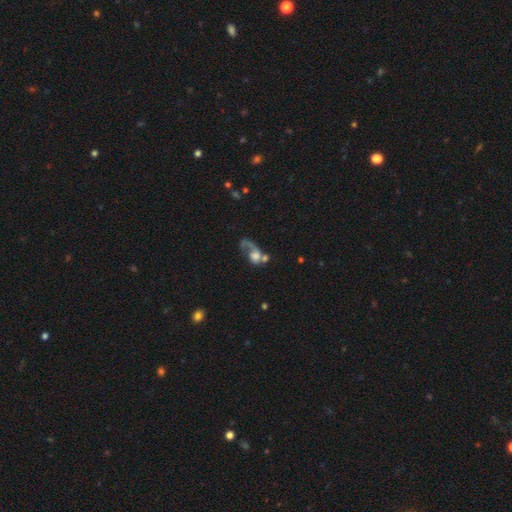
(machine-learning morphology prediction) featured or disk 45%, smooth 44%, star or artifact 11%. Down the decision tree: merging — major disturbance (40%).